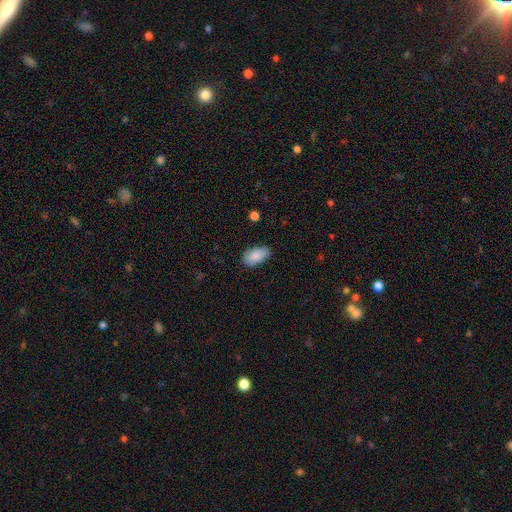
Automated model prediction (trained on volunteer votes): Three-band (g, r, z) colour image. It shows a smooth galaxy with no disk features (86%) that is in between round and cigar-shaped (94%). Merging: none (74%).